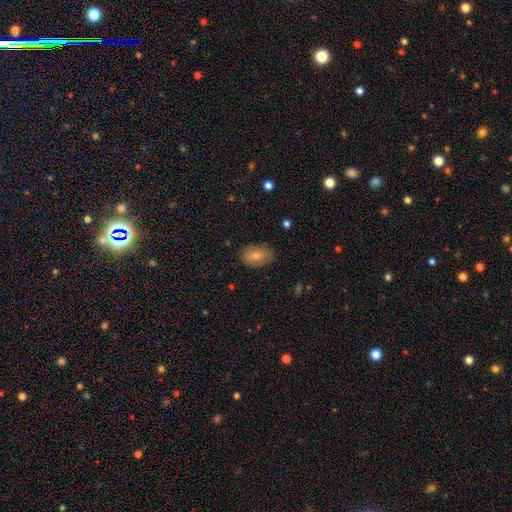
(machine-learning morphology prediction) A smooth galaxy with no disk features (66%) that is in between round and cigar-shaped (74%). Merging: none (83%).